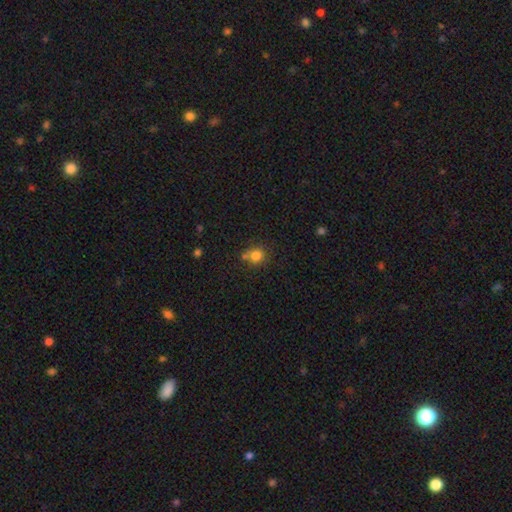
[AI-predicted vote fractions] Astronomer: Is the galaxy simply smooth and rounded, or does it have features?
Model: smooth — 80%.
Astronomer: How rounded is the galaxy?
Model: round — 76%.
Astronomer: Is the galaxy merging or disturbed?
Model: none — 57%.